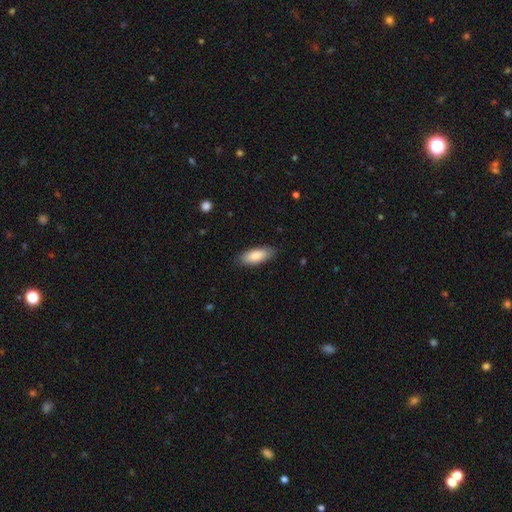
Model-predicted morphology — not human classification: Smooth or featured?
  - smooth: 84% *
  - featured or disk: 10%
  - star or artifact: 6%
How rounded?
  - in between: 76% *
  - cigar-shaped: 23%
  - round: 2%
Merging?
  - none: 86% *
  - minor disturbance: 11%
  - major disturbance: 2%
  - merger: 1%